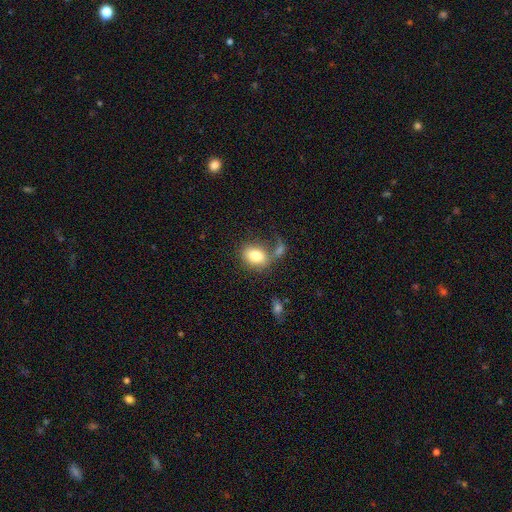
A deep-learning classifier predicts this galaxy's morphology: Q: Smooth or featured?
A: smooth (80%); runner-up: featured or disk (12%)
Q: How rounded?
A: in between (72%); runner-up: round (26%)
Q: Merging?
A: none (47%); runner-up: merger (25%)